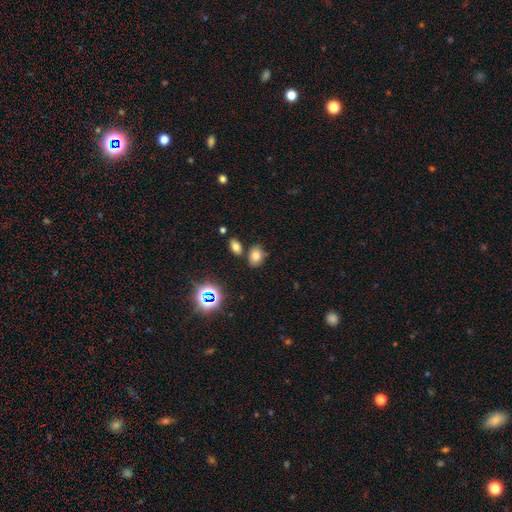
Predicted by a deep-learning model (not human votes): Morphology: type=smooth (72%); roundness=in between (70%); merging=none (71%).